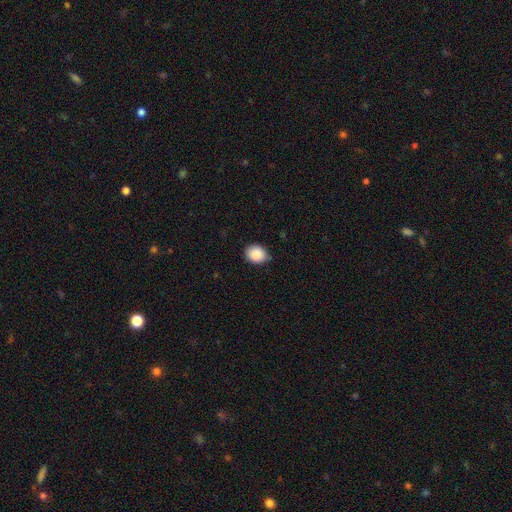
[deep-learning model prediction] smooth-or-featured: smooth: 87% | star or artifact: 8% | featured or disk: 5%
  how-rounded: in between: 51% | round: 48% | cigar-shaped: 1%
  merging: none: 80% | minor disturbance: 17% | major disturbance: 2% | merger: 1%